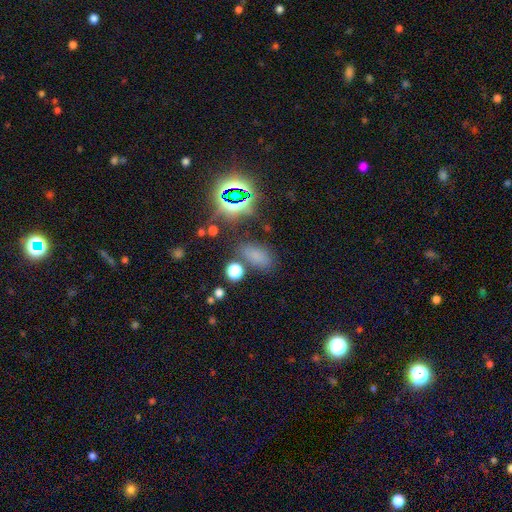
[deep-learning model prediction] Overall: smooth (64%; star or artifact 29%). How rounded: in between (88%). Merging: none (73%).